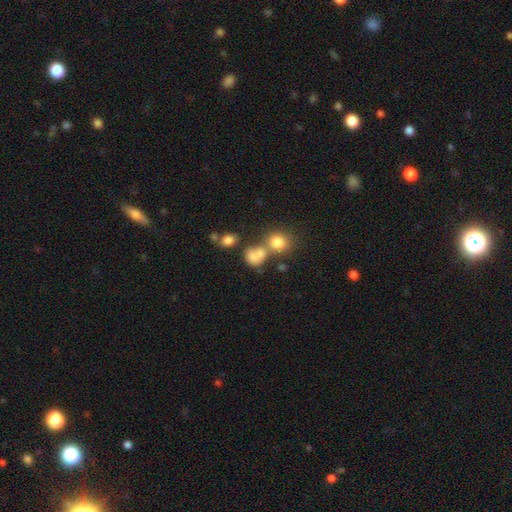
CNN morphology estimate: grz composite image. It shows a smooth galaxy with no disk features (74%) that is round (62%). Merging: merger (46%).